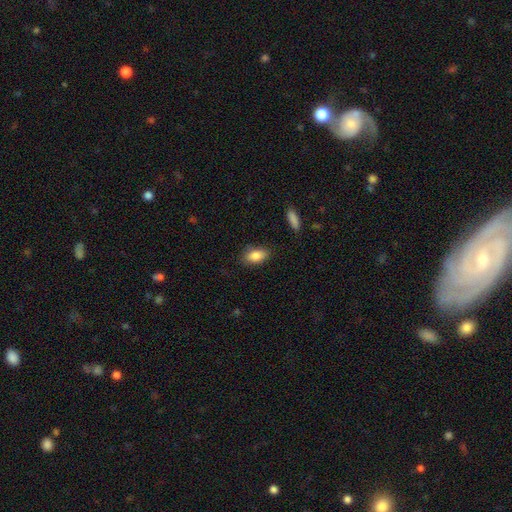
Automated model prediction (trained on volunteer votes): Smooth or featured? smooth (85%)
How rounded? in between (89%)
Merging? none (82%)